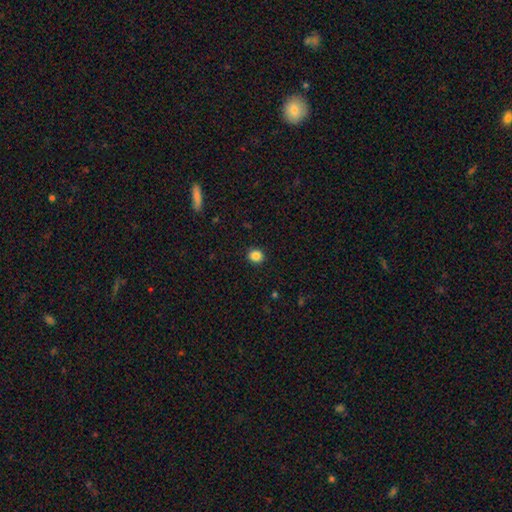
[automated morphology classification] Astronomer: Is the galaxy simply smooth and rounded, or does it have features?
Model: smooth — 86%.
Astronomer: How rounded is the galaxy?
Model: round — 80%.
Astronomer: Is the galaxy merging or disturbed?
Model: none — 92%.